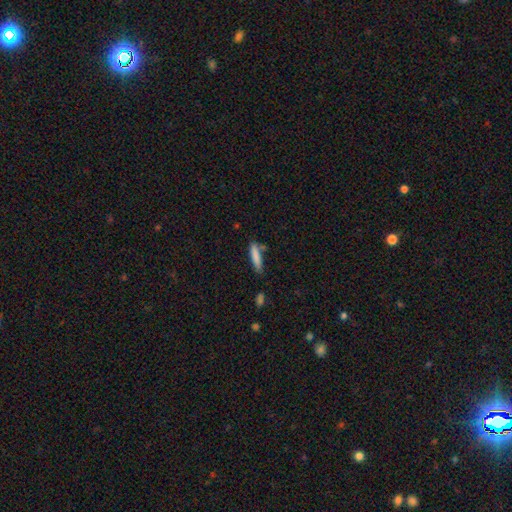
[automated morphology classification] The model was most divided on "merging": none: 69%, minor disturbance: 19%, merger: 7%, major disturbance: 4%. More confident: smooth or featured — smooth (83%); how rounded — cigar-shaped (81%).